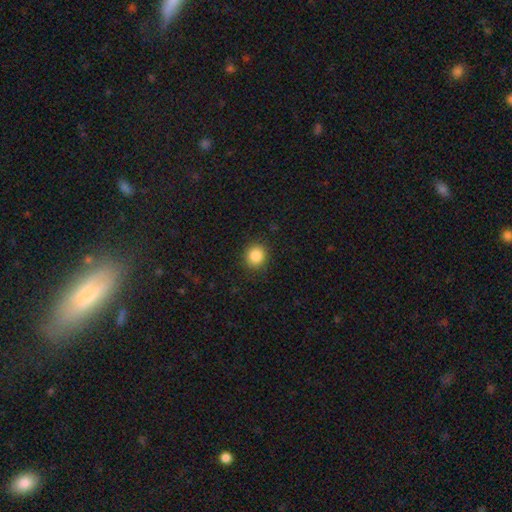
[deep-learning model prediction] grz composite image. It shows a smooth galaxy with no disk features (85%) that is round (87%). Merging: none (90%).